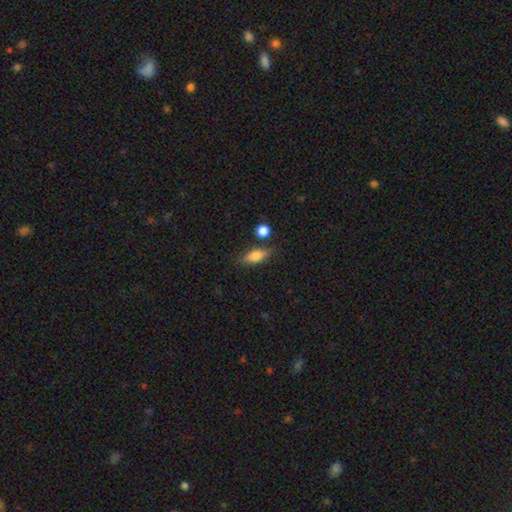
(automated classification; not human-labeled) Overall: smooth (76%). How rounded: in between (71%). Merging: none (77%).